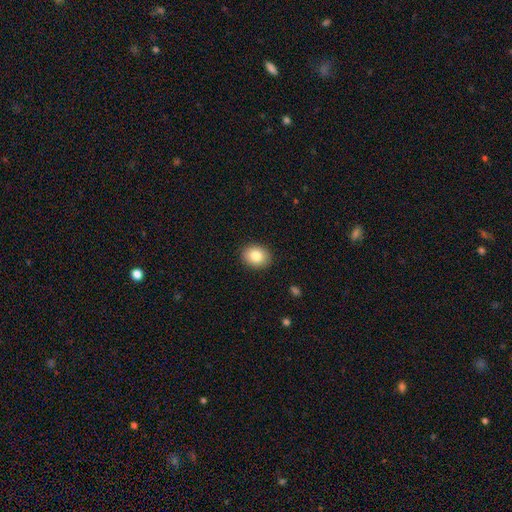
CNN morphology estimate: This appears to be a smooth galaxy with no disk features (83%) that is in between round and cigar-shaped (50%). Merging: none (90%).